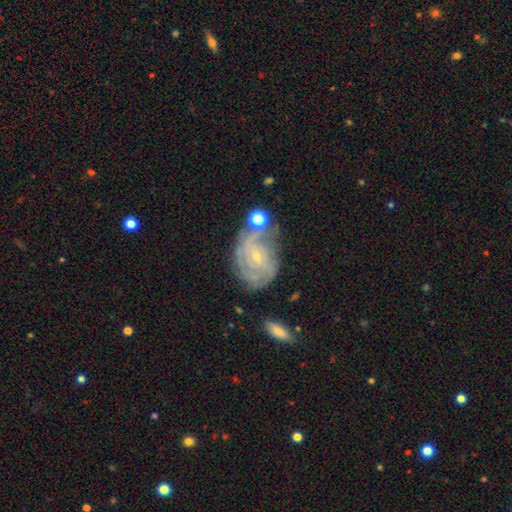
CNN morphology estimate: The model was most divided on "spiral arm count": can't tell: 34%, 3: 21%, 2: 21%, 4: 13%, more than 4: 6%, 1: 5%. More confident: edge-on disk — no (97%); spiral arms — yes (94%); smooth or featured — featured or disk (83%); bulge size — small (80%); spiral winding — tight (65%); bar — no (60%); merging — none (57%).